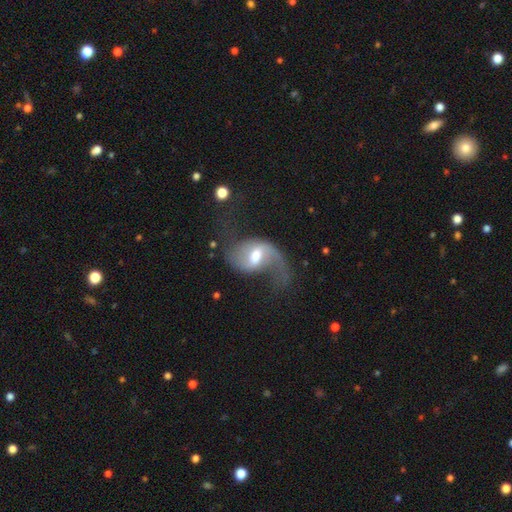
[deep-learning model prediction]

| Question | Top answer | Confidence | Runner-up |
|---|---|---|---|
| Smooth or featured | featured or disk | 79% | smooth (15%) |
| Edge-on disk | no | 97% | yes (3%) |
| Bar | weak | 55% | strong (28%) |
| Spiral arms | yes | 92% | no (8%) |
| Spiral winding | loose | 78% | medium (18%) |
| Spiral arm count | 2 | 69% | 1 (25%) |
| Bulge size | moderate | 64% | large (16%) |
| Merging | none | 41% | major disturbance (36%) |